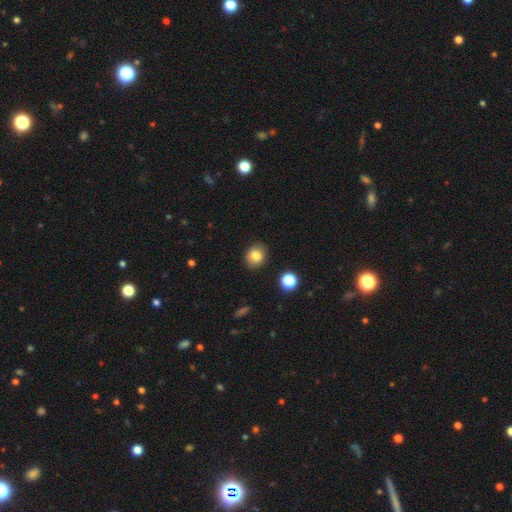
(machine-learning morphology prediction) Smooth or featured? smooth (82%)
How rounded? round (68%)
Merging? none (88%)